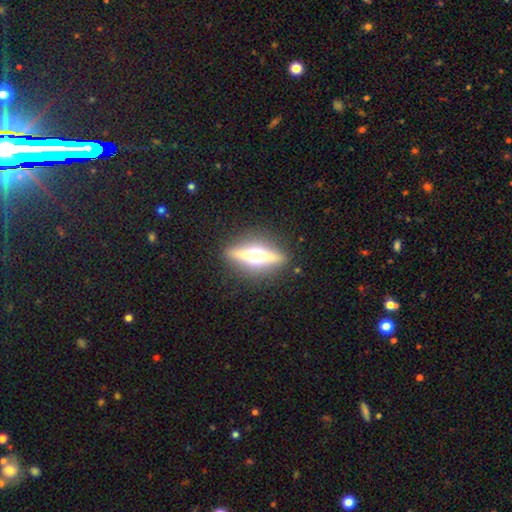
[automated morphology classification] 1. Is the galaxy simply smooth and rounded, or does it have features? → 72% featured or disk, 21% smooth, 7% star or artifact.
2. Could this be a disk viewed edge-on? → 93% yes, 7% no.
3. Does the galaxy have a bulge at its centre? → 95% rounded, 3% boxy, 2% none.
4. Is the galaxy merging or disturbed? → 88% none, 8% minor disturbance, 3% major disturbance, 1% merger.